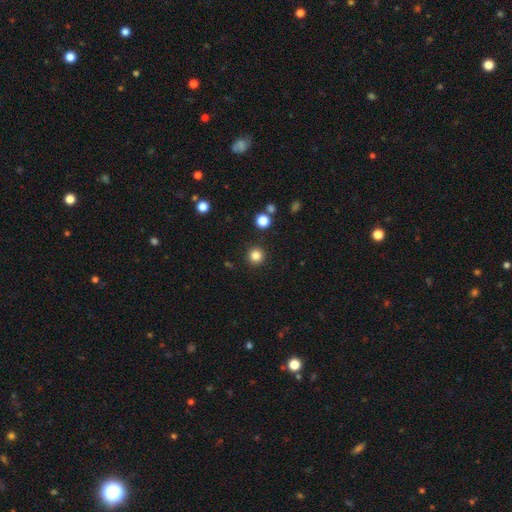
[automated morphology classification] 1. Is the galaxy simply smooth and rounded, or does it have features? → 83% smooth, 12% star or artifact, 4% featured or disk.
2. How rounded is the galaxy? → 95% round, 4% in between, 1% cigar-shaped.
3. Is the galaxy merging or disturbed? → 91% none, 5% minor disturbance, 2% major disturbance, 2% merger.